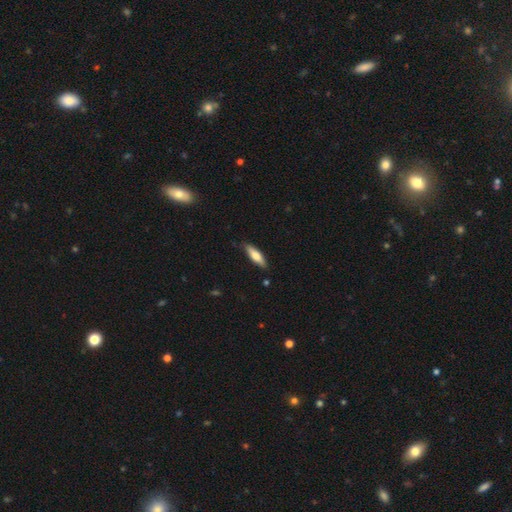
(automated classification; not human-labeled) Morphology: type=smooth (71%); roundness=cigar-shaped (58%); merging=none (82%).